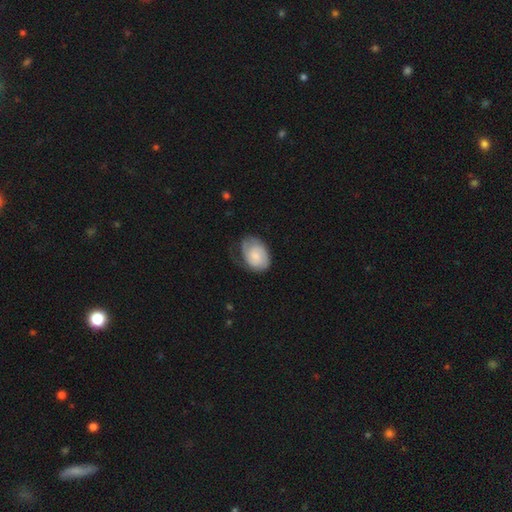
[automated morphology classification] A featured or disk galaxy (54%) with no bar (72%), spiral arms (87%) and a small central bulge (52%).

Vote fractions:
- Smooth or featured? featured or disk: 54% / smooth: 40% / star or artifact: 6%
- Edge-on disk? no: 97% / yes: 3%
- Bar? no: 72% / weak: 25% / strong: 3%
- Spiral arms? yes: 87% / no: 13%
- Bulge size? small: 52% / moderate: 34% / none: 8% / large: 4% / dominant: 2%
- Merging? none: 54% / minor disturbance: 29% / major disturbance: 15% / merger: 1%